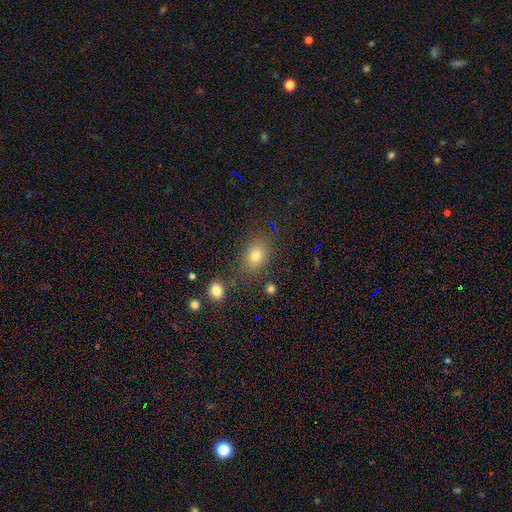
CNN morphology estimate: The model was most divided on "how rounded": in between: 67%, round: 31%, cigar-shaped: 2%. More confident: merging — none (79%); smooth or featured — smooth (77%).